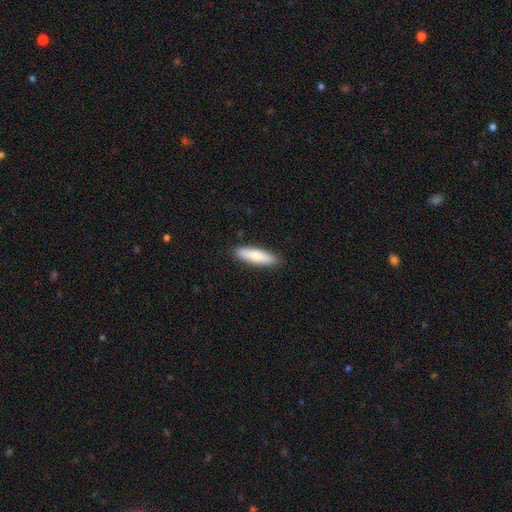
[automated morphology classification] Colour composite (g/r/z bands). It shows a smooth galaxy with no disk features (72%) that is cigar-shaped (65%). Merging: none (89%).